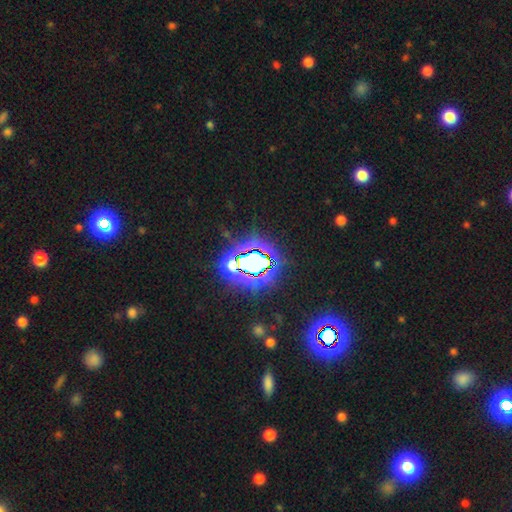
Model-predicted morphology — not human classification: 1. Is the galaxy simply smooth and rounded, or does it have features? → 82% star or artifact, 10% smooth, 8% featured or disk.